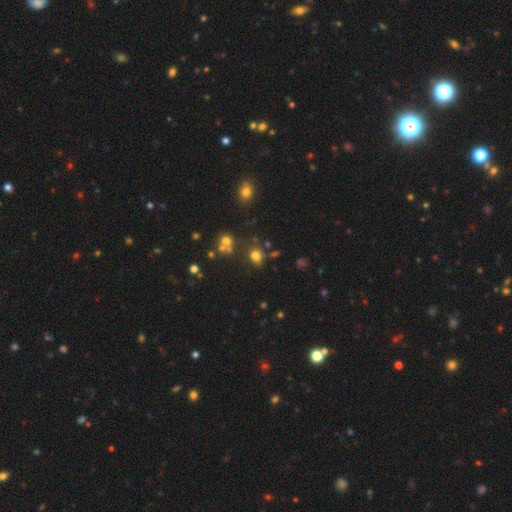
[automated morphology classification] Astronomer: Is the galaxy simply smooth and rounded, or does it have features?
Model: smooth — 71%.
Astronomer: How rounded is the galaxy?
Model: round — 59% (runner-up: in between, 39%).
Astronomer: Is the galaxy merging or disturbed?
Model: none — 67%.